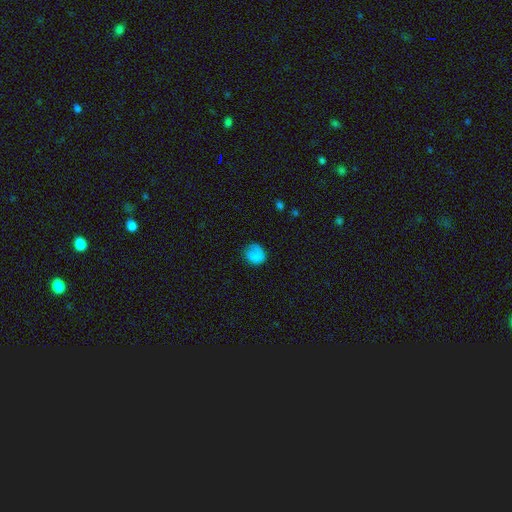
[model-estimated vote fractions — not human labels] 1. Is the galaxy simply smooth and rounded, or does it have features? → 77% smooth, 14% featured or disk, 10% star or artifact.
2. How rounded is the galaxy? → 67% round, 31% in between, 1% cigar-shaped.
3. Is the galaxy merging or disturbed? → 60% none, 23% minor disturbance, 15% major disturbance, 2% merger.